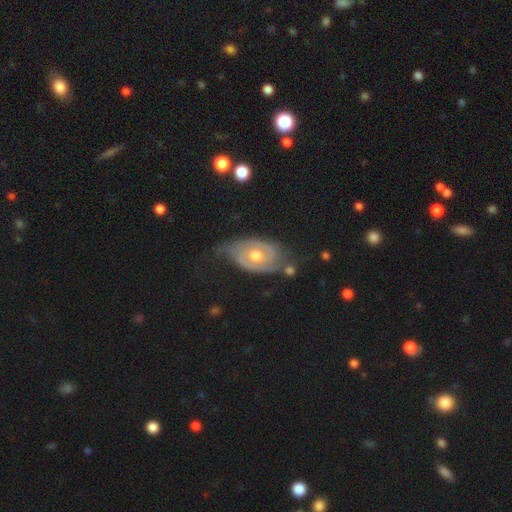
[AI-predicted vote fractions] Smooth or featured? Predicted: featured or disk (p=0.83). Edge-on disk? Predicted: no (p=0.95). Bar? Predicted: no (p=0.74). Spiral arms? Predicted: yes (p=0.90). Spiral winding? Predicted: tight (p=0.57). Spiral arm count? Predicted: 2 (p=0.77). Bulge size? Predicted: moderate (p=0.80). Merging? Predicted: none (p=0.53).